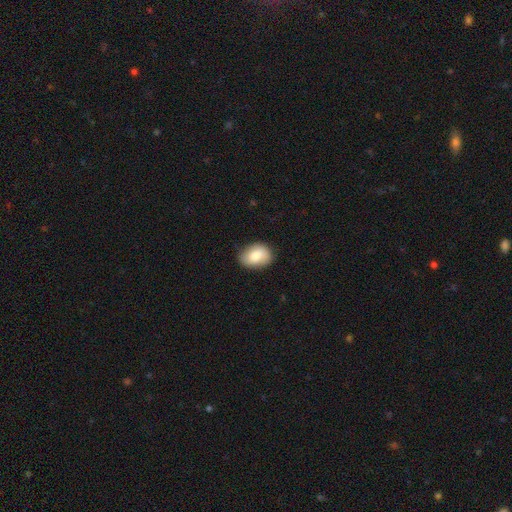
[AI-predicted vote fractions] Overall: smooth (79%). How rounded: in between (78%). Merging: none (80%).